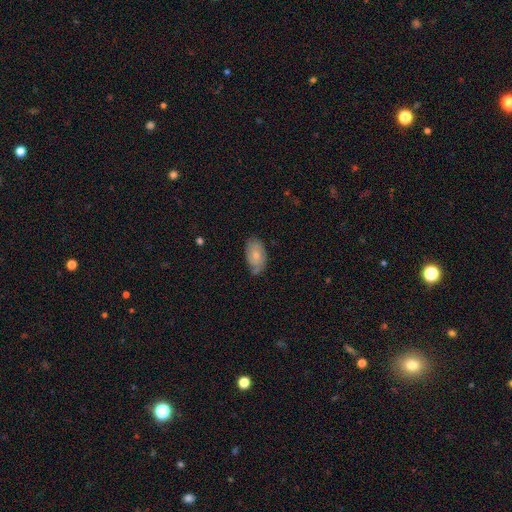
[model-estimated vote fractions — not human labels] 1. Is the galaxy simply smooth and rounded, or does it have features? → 66% smooth, 27% featured or disk, 7% star or artifact.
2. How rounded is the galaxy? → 93% in between, 5% round, 2% cigar-shaped.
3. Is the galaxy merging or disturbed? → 64% none, 28% minor disturbance, 5% major disturbance, 3% merger.